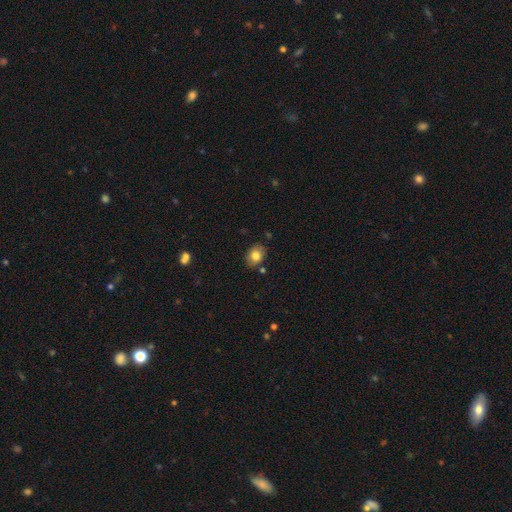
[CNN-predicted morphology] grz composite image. It shows a smooth galaxy with no disk features (81%) that is in between round and cigar-shaped (61%). Merging: none (82%).